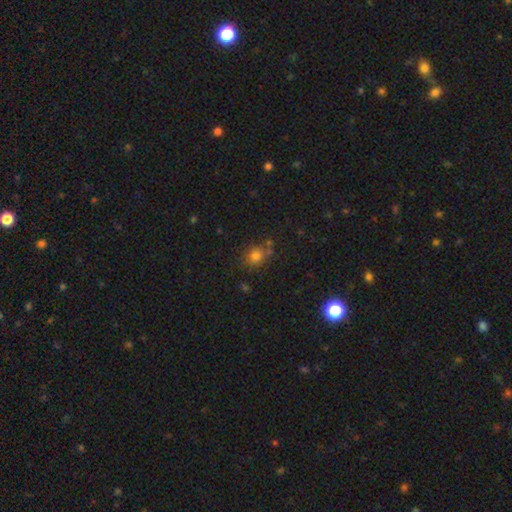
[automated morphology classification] Overall: smooth (76%). How rounded: round (73%). Merging: none (68%).